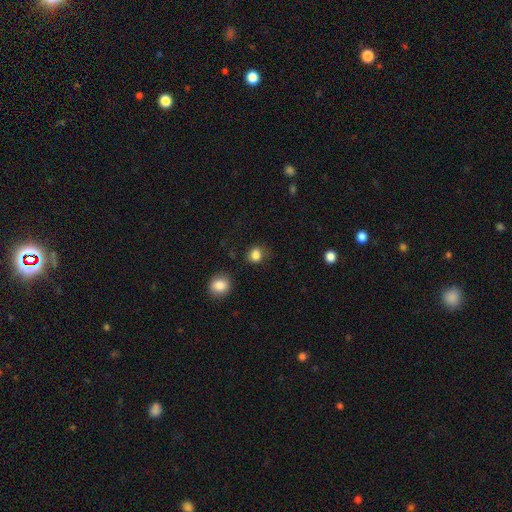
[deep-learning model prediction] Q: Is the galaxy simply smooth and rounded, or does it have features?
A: smooth — 84%.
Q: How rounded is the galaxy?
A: round — 62%.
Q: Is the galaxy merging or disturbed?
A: none — 70%.